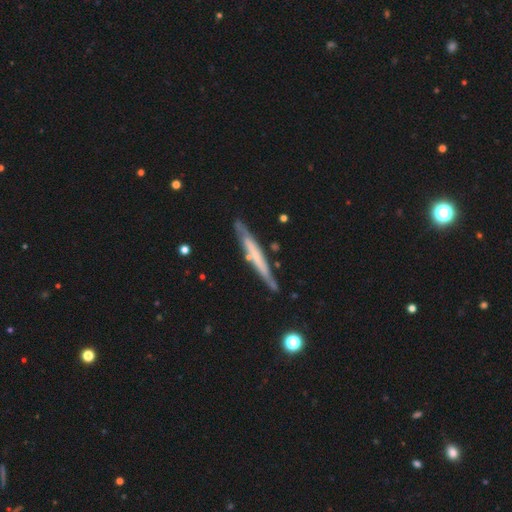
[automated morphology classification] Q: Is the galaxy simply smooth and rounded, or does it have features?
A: featured or disk — 58%.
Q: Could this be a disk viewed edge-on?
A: yes — 90%.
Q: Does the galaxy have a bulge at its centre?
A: none — 80%.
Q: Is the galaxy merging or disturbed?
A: none — 80%.